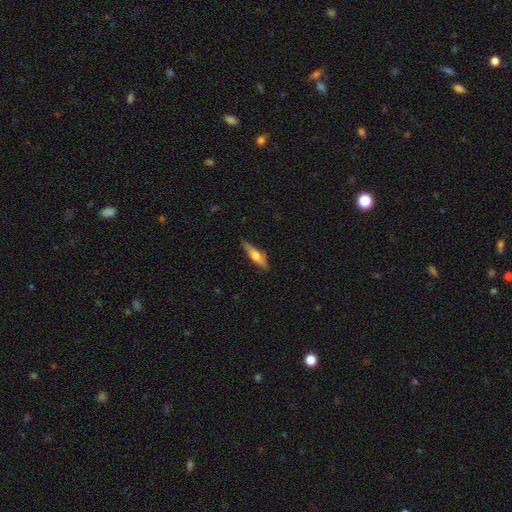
smooth-or-featured: smooth: 53% | featured or disk: 45% | star or artifact: 3%
  how-rounded: cigar-shaped: 75% | in between: 20% | round: 5%
  merging: none: 76% | minor disturbance: 16% | major disturbance: 5% | merger: 3%